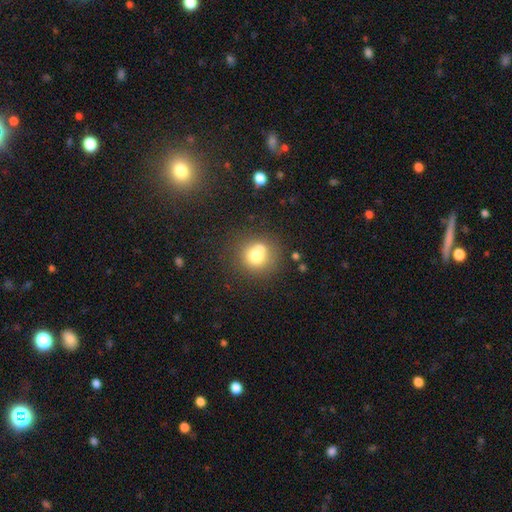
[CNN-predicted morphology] type=smooth (69%); roundness=round (89%); merging=none (53%).